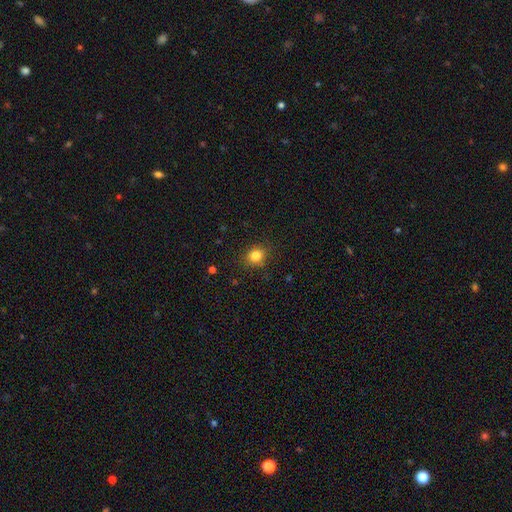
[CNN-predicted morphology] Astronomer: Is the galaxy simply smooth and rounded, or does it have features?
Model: smooth — 83%.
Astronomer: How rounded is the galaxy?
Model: round — 72%.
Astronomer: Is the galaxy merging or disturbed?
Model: none — 86%.